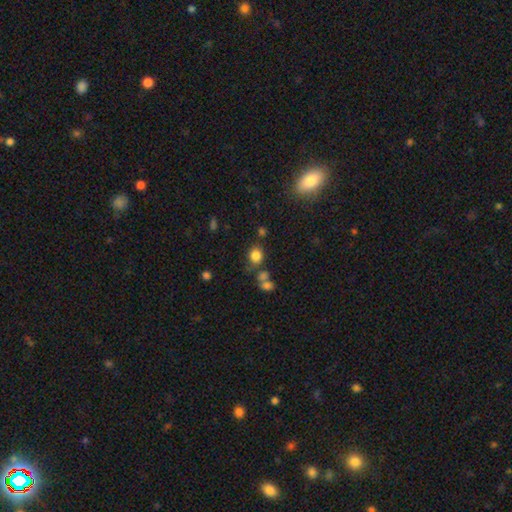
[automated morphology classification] smooth 81%, star or artifact 13%, featured or disk 6%. Down the decision tree: how rounded — round (73%); merging — none (69%).